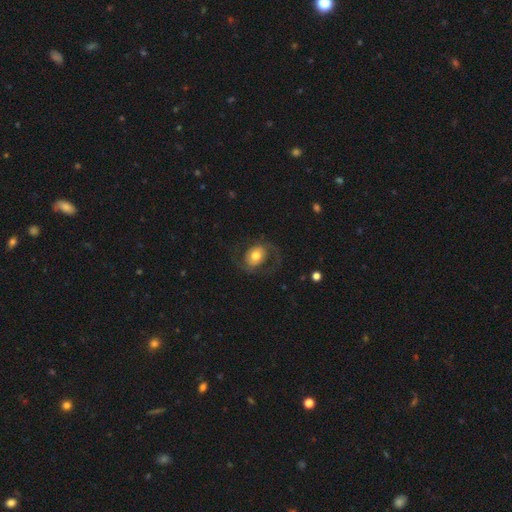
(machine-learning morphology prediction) Overall: featured or disk (60%; smooth 33%). Edge-on disk: no (97%). Bar: no (61%; weak 28%). Spiral arms: yes (80%). Bulge size: moderate (64%). Merging: none (65%).